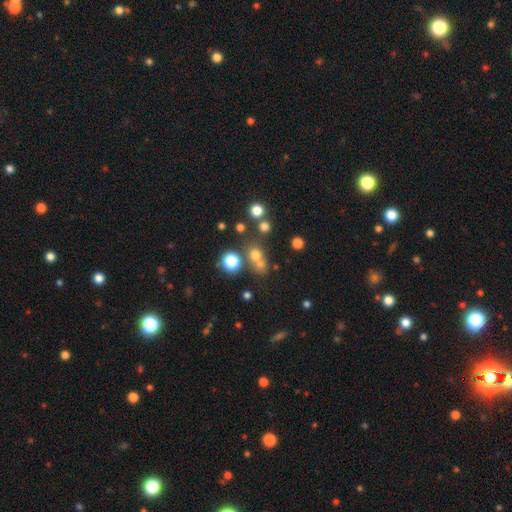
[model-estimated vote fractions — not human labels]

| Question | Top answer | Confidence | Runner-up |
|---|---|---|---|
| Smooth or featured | smooth | 65% | star or artifact (24%) |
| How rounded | round | 83% | in between (16%) |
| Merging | none | 57% | merger (30%) |